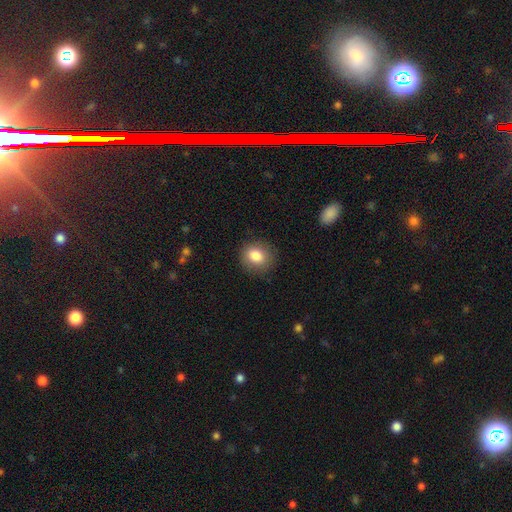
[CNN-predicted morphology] Smooth or featured: smooth — 82% (star or artifact — 9%)
How rounded: round — 74% (in between — 25%)
Merging: none — 86% (minor disturbance — 10%)